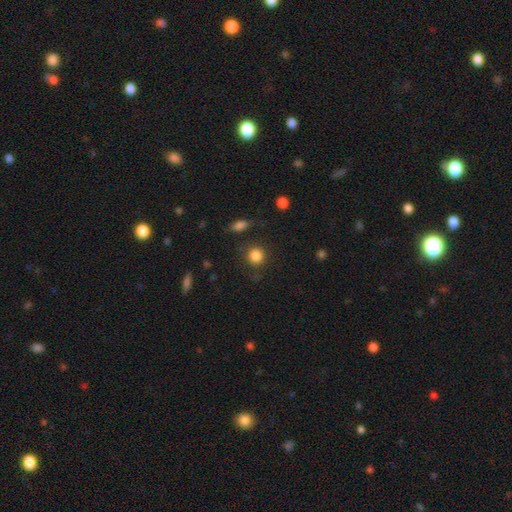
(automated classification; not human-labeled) Smooth or featured? smooth (85%)
How rounded? round (88%)
Merging? none (81%)